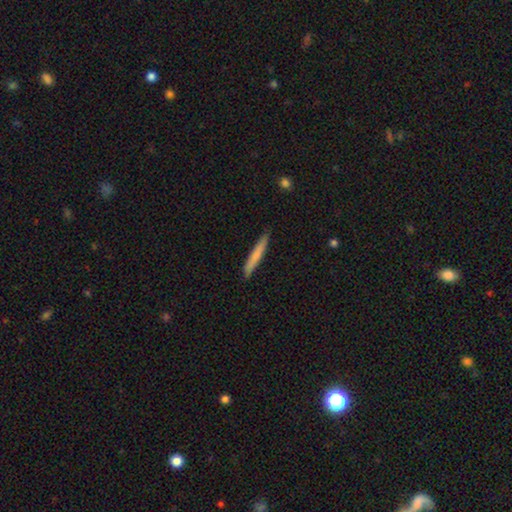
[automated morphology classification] Overall: smooth (72%). How rounded: cigar-shaped (96%). Merging: none (90%).